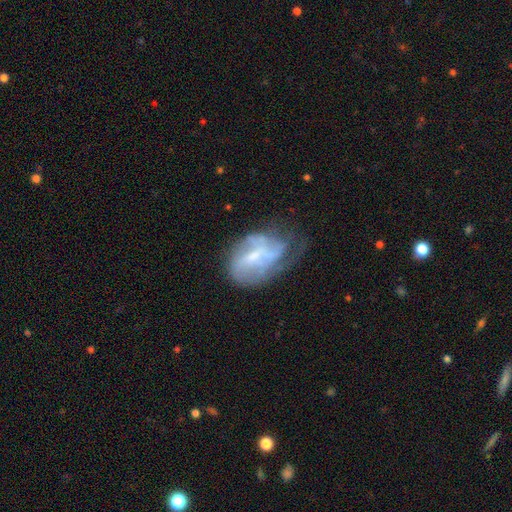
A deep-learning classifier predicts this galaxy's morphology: smooth_or_featured: featured or disk (p=0.66) [alt: smooth p=0.25]
disk_edge_on: no (p=0.97) [alt: yes p=0.03]
bar: weak (p=0.47) [alt: no p=0.38]
has_spiral_arms: yes (p=0.67) [alt: no p=0.33]
bulge_size: small (p=0.51) [alt: moderate p=0.26]
merging: none (p=0.36) [alt: minor disturbance p=0.32]